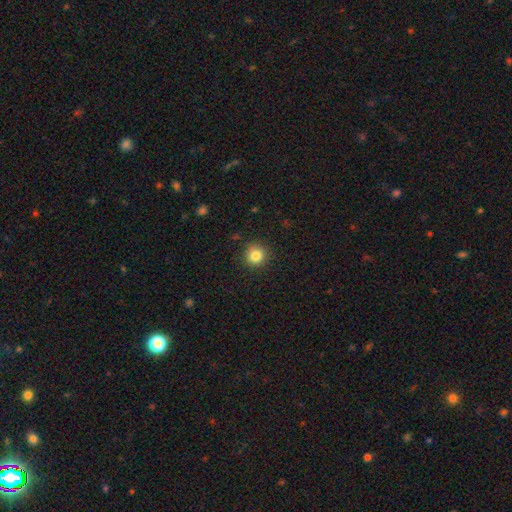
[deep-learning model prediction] This appears to be a smooth galaxy with no disk features (84%) that is round (91%). Merging: none (88%).